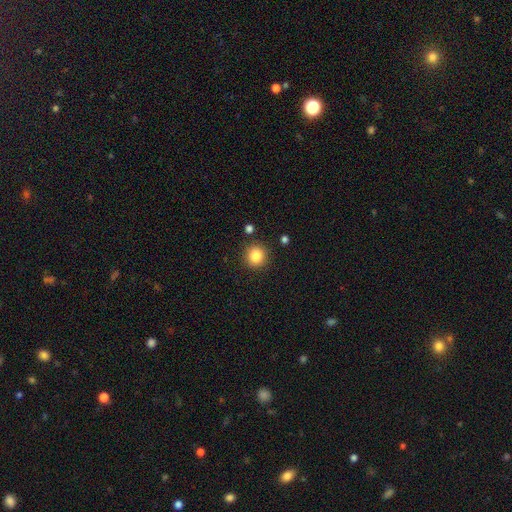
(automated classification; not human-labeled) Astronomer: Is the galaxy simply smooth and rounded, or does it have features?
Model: smooth — 84%.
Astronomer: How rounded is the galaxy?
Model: round — 93%.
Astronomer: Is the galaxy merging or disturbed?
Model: none — 89%.